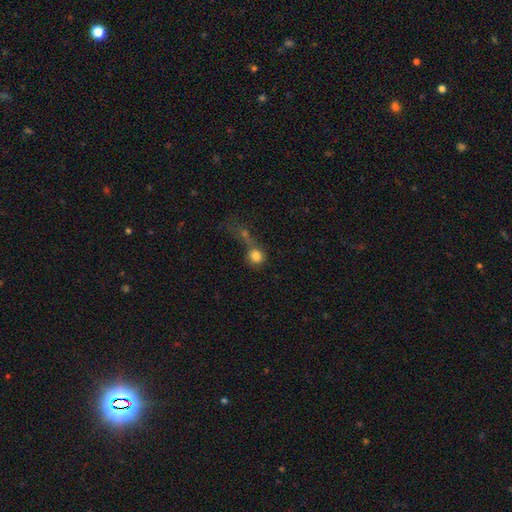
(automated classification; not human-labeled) A smooth galaxy with no disk features (79%) that is round (85%).

Vote fractions:
- Smooth or featured? smooth: 79% / featured or disk: 10% / star or artifact: 10%
- How rounded? round: 85% / in between: 13% / cigar-shaped: 2%
- Merging? merger: 42% / none: 33% / major disturbance: 14% / minor disturbance: 11%